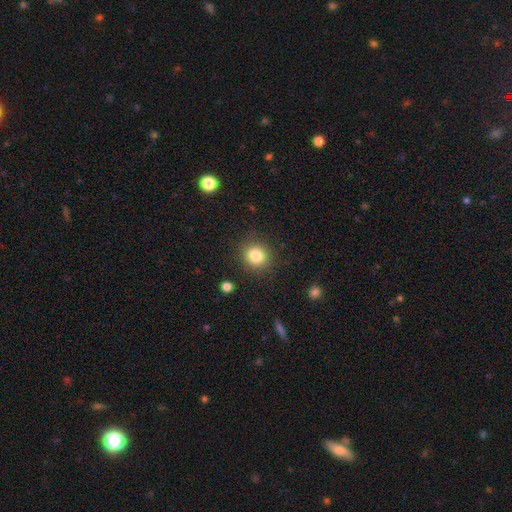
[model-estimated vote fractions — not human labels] Overall: smooth (83%). How rounded: round (87%). Merging: none (87%).